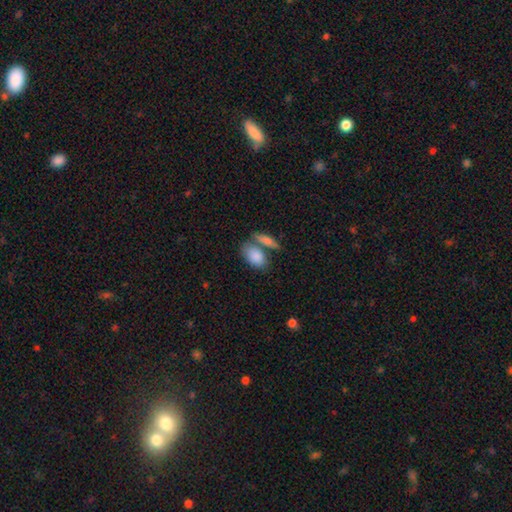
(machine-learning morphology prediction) This is clearly a smooth galaxy (85%). How rounded: clearly in between (91%). Merging: possibly none (45%).